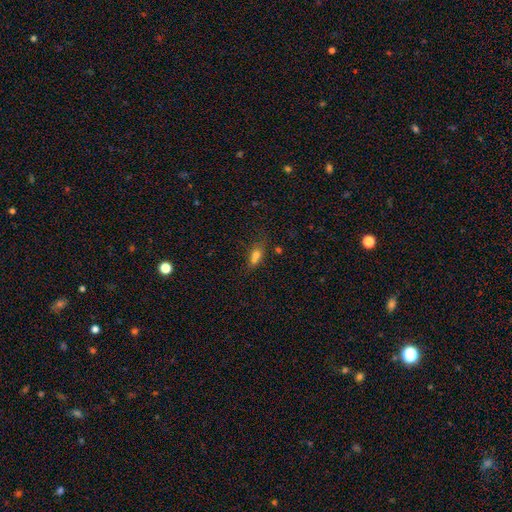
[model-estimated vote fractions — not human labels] A smooth galaxy with no disk features (68%) that is in between round and cigar-shaped (64%). Merging: merger (44%).